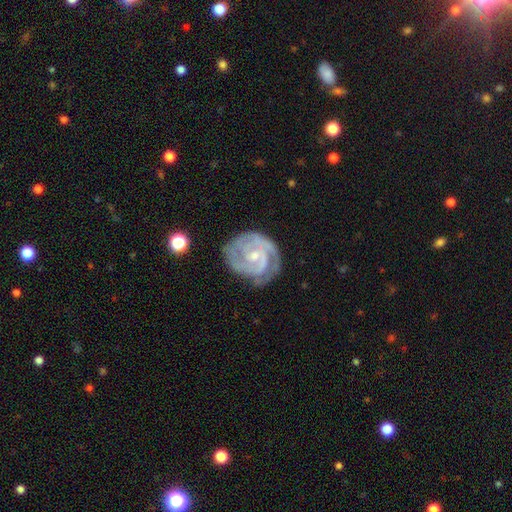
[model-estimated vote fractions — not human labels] Q: Smooth or featured?
A: featured or disk (90%); runner-up: smooth (6%)
Q: Edge-on disk?
A: no (98%); runner-up: yes (2%)
Q: Bar?
A: no (54%); runner-up: weak (38%)
Q: Spiral arms?
A: yes (97%); runner-up: no (3%)
Q: Spiral winding?
A: tight (69%); runner-up: medium (27%)
Q: Spiral arm count?
A: 2 (44%); runner-up: 3 (29%)
Q: Bulge size?
A: small (63%); runner-up: moderate (33%)
Q: Merging?
A: none (71%); runner-up: minor disturbance (20%)